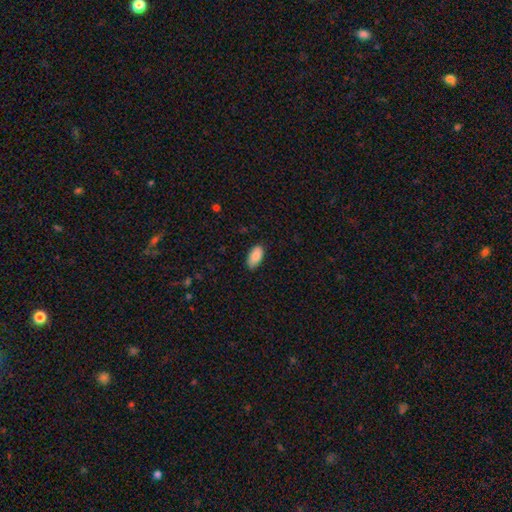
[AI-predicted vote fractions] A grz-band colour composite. It shows a smooth galaxy with no disk features (88%) that is in between round and cigar-shaped (94%). Merging: none (83%).